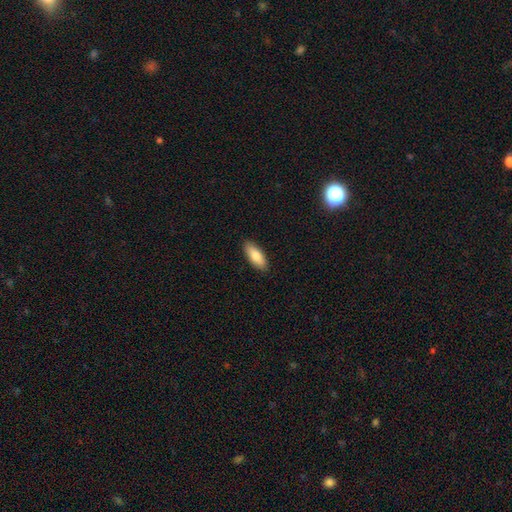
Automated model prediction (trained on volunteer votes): Morphology: type=smooth (82%); roundness=in between (80%); merging=none (89%).